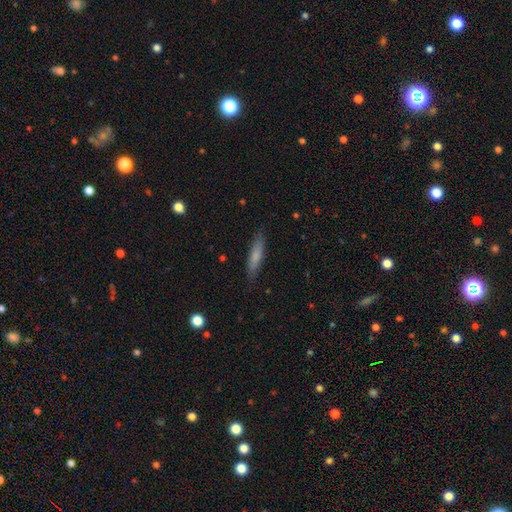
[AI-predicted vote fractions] Morphology: type=smooth (73%); roundness=cigar-shaped (82%); merging=none (84%).